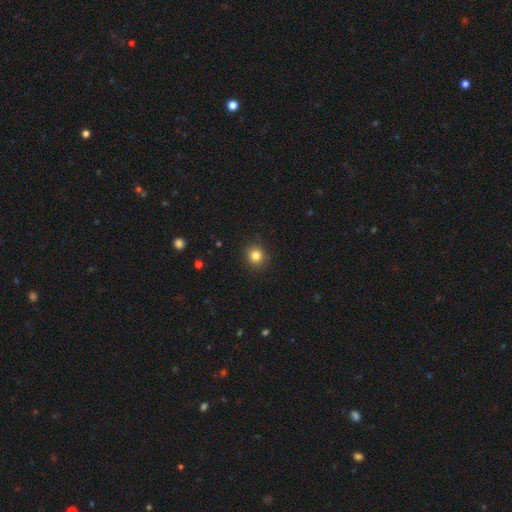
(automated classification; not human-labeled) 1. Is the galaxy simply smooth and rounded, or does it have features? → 83% smooth, 12% star or artifact, 6% featured or disk.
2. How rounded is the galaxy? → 89% round, 10% in between, 1% cigar-shaped.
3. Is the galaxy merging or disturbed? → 90% none, 7% minor disturbance, 2% major disturbance, 1% merger.